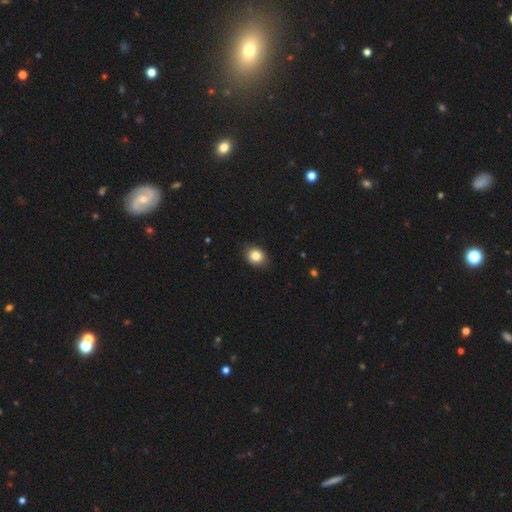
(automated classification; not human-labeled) Smooth or featured? Predicted: smooth (p=0.83). How rounded? Predicted: round (p=0.54). Merging? Predicted: none (p=0.83).